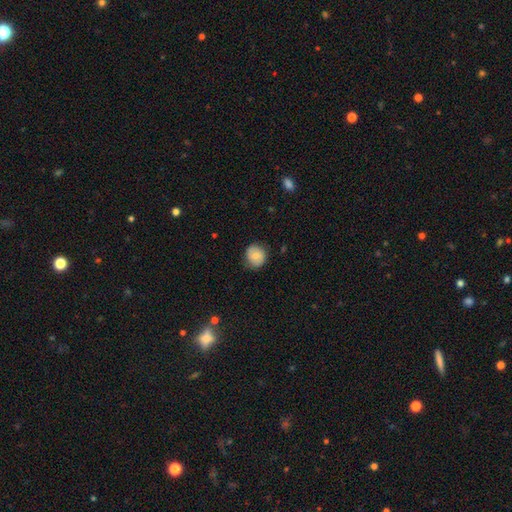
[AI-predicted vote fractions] Morphology: type=smooth (67%); roundness=round (84%); merging=none (75%).